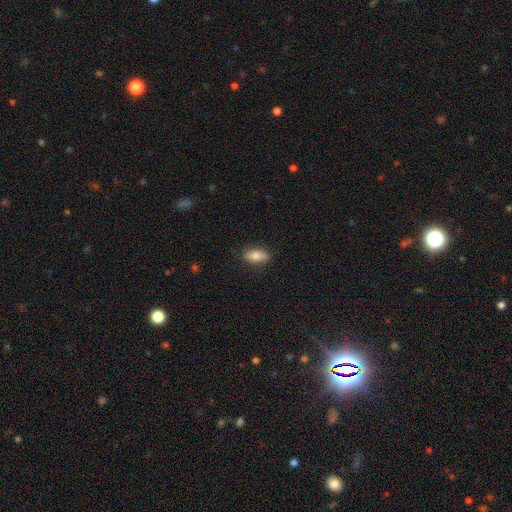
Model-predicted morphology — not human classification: The model was most divided on "smooth or featured": smooth: 79%, featured or disk: 15%, star or artifact: 7%. More confident: merging — none (86%); how rounded — in between (81%).